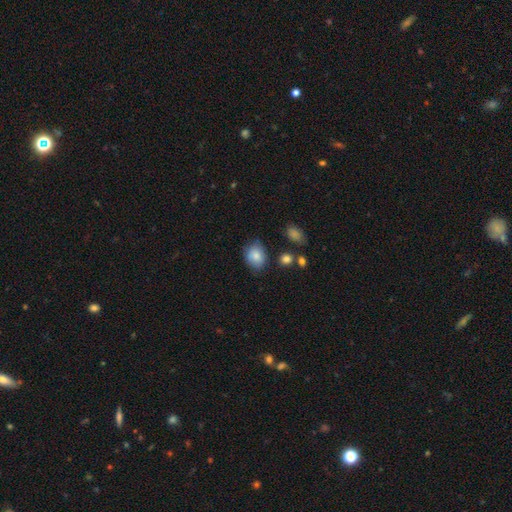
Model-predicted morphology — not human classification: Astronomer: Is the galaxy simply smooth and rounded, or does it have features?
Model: smooth — 83%.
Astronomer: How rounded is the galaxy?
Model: round — 50% (runner-up: in between, 49%).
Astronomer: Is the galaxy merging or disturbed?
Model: none — 70%.